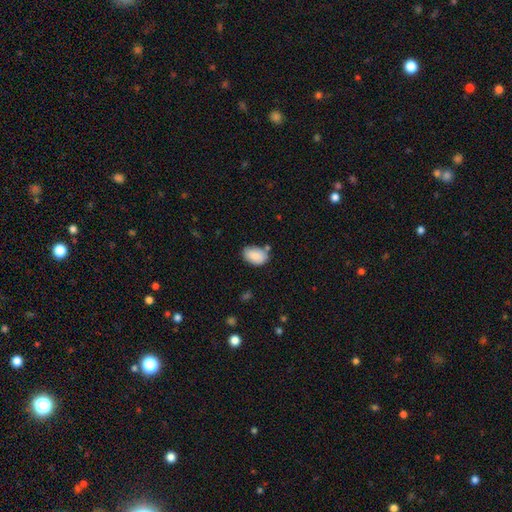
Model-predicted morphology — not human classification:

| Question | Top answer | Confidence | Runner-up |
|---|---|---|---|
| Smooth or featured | smooth | 86% | featured or disk (7%) |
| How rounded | in between | 88% | round (11%) |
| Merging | none | 65% | minor disturbance (23%) |